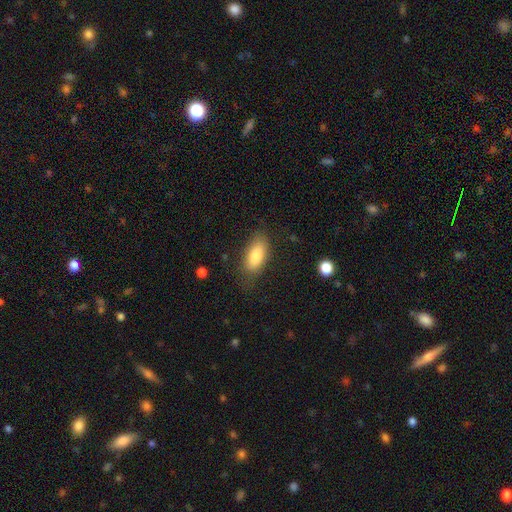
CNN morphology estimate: type=smooth (83%); roundness=in between (82%); merging=none (77%).